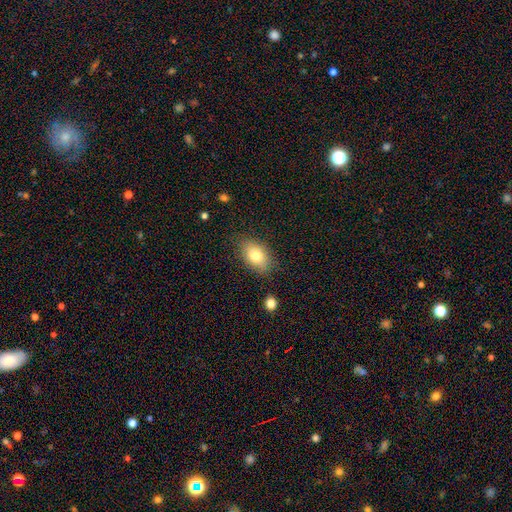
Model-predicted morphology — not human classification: This appears to be a smooth galaxy with no disk features (79%) that is in between round and cigar-shaped (85%). Merging: none (80%).